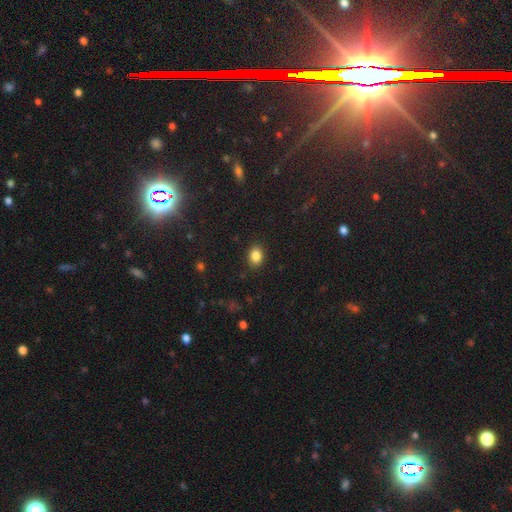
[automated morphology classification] A smooth galaxy with no disk features (85%) that is in between round and cigar-shaped (64%).

Vote fractions:
- Smooth or featured? smooth: 85% / star or artifact: 10% / featured or disk: 5%
- How rounded? in between: 64% / round: 35% / cigar-shaped: 1%
- Merging? none: 88% / minor disturbance: 8% / major disturbance: 2% / merger: 1%